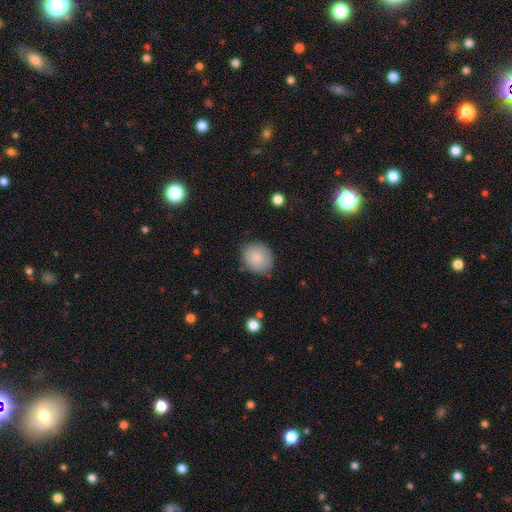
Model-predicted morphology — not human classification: smooth_or_featured: smooth (p=0.86) [alt: star or artifact p=0.07]
how_rounded: round (p=0.68) [alt: in between p=0.31]
merging: none (p=0.82) [alt: minor disturbance p=0.14]